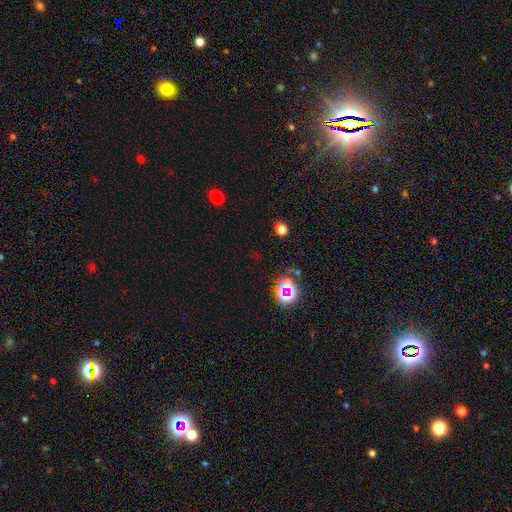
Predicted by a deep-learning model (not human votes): Smooth or featured? star or artifact (61%)